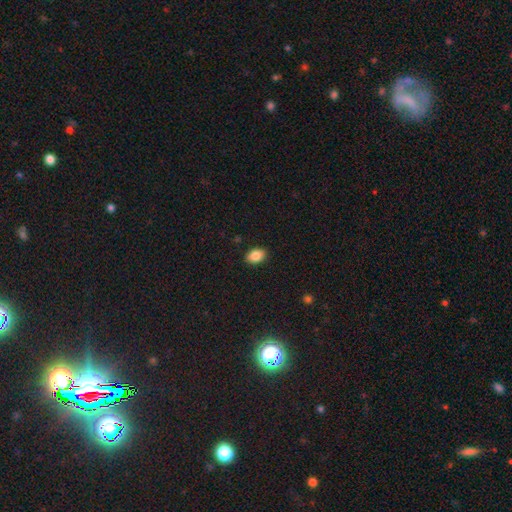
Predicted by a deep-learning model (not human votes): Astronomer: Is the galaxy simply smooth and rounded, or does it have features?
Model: smooth — 87%.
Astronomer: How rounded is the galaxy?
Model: in between — 84%.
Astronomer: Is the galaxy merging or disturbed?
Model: none — 89%.